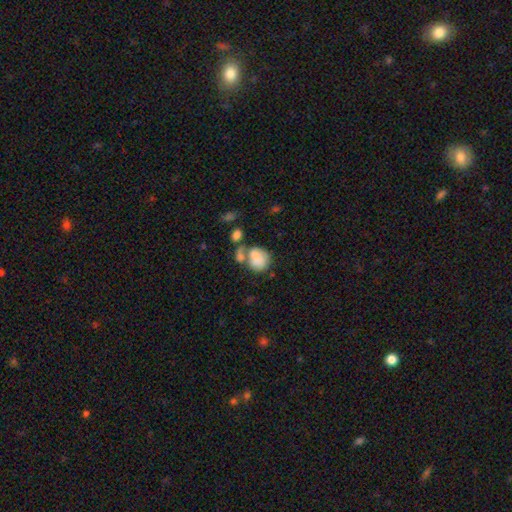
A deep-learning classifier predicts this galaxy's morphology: type=smooth (74%); roundness=round (53%); merging=merger (43%).